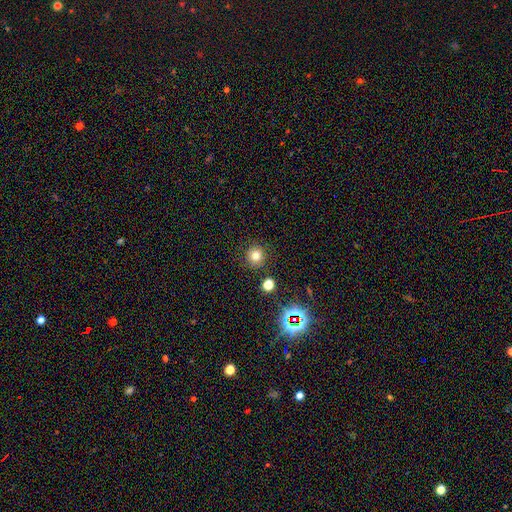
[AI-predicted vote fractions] Smooth or featured? smooth (74%)
How rounded? round (93%)
Merging? none (88%)